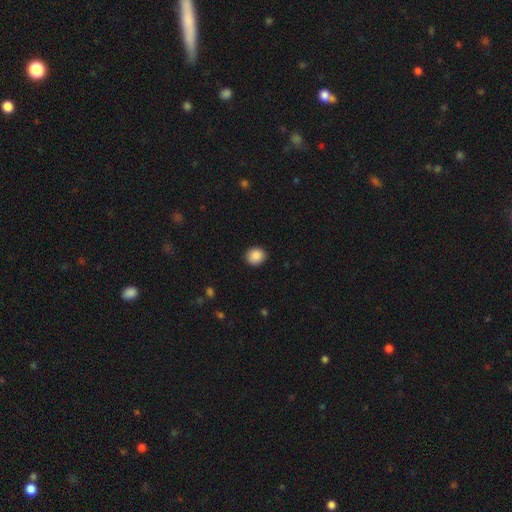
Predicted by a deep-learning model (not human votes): smooth_or_featured: smooth (p=0.89) [alt: star or artifact p=0.08]
how_rounded: round (p=0.81) [alt: in between p=0.18]
merging: none (p=0.90) [alt: minor disturbance p=0.07]